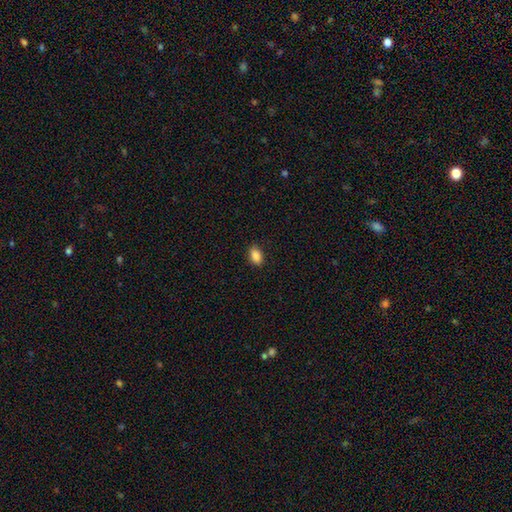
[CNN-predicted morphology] smooth-or-featured: smooth: 88% | star or artifact: 8% | featured or disk: 4%
  how-rounded: in between: 85% | round: 13% | cigar-shaped: 1%
  merging: none: 89% | minor disturbance: 8% | major disturbance: 2% | merger: 1%